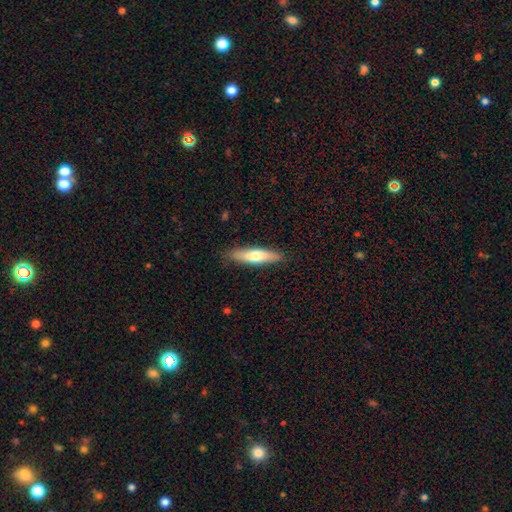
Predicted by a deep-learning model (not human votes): Smooth or featured?
  - smooth: 64% *
  - featured or disk: 31%
  - star or artifact: 5%
How rounded?
  - cigar-shaped: 74% *
  - in between: 25%
  - round: 2%
Merging?
  - none: 88% *
  - minor disturbance: 9%
  - major disturbance: 2%
  - merger: 1%